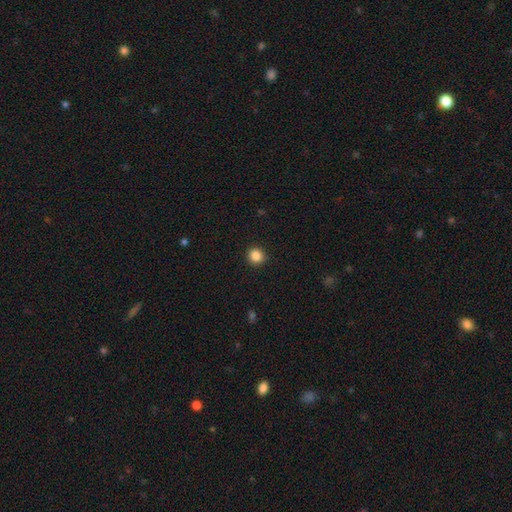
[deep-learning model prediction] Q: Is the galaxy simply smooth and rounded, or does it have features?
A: smooth — 86%.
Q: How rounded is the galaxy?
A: round — 90%.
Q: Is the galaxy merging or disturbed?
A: none — 92%.